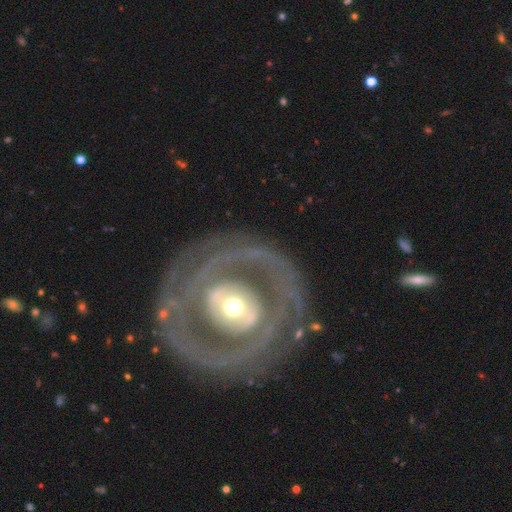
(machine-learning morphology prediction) Overall: featured or disk (82%). Edge-on disk: no (96%). Bar: no (57%; weak 24%). Spiral arms: yes (68%; no 32%). Spiral arm count: 2 (48%; can't tell 26%). Spiral winding: tight (65%). Bulge size: moderate (59%; small 25%). Merging: none (78%).